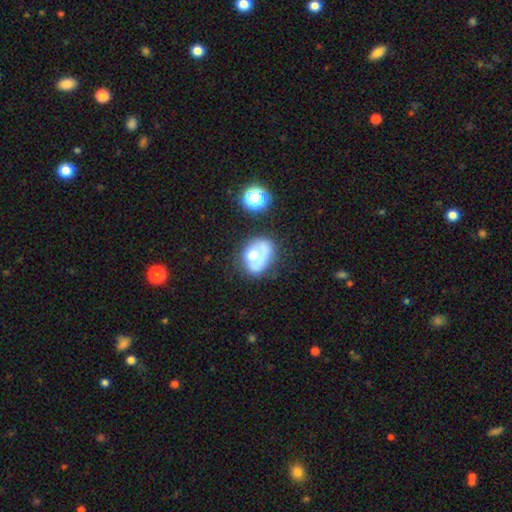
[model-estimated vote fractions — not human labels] smooth-or-featured: smooth: 58% | featured or disk: 31% | star or artifact: 11%
  how-rounded: in between: 66% | round: 33% | cigar-shaped: 1%
  merging: none: 38% | minor disturbance: 28% | major disturbance: 21% | merger: 12%